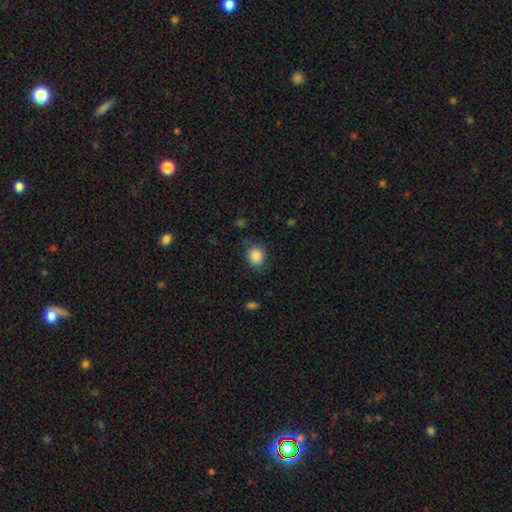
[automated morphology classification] Q: Smooth or featured?
A: smooth (87%); runner-up: star or artifact (9%)
Q: How rounded?
A: round (73%); runner-up: in between (26%)
Q: Merging?
A: none (80%); runner-up: minor disturbance (15%)